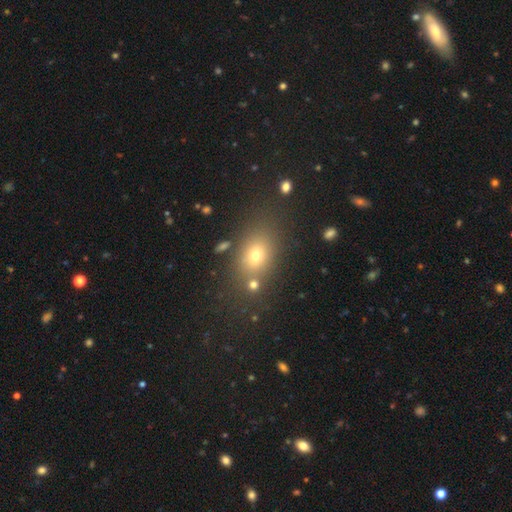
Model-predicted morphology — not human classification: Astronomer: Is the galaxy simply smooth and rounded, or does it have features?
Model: smooth — 68%.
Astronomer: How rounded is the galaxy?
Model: in between — 70%.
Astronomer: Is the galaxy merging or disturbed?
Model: none — 73%.